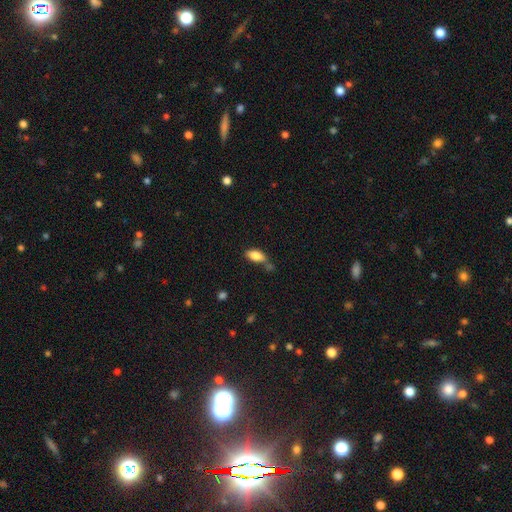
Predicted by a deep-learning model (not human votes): Smooth or featured?
  - smooth: 84% *
  - featured or disk: 8%
  - star or artifact: 8%
How rounded?
  - in between: 89% *
  - cigar-shaped: 8%
  - round: 3%
Merging?
  - none: 53% *
  - minor disturbance: 21%
  - merger: 19%
  - major disturbance: 6%